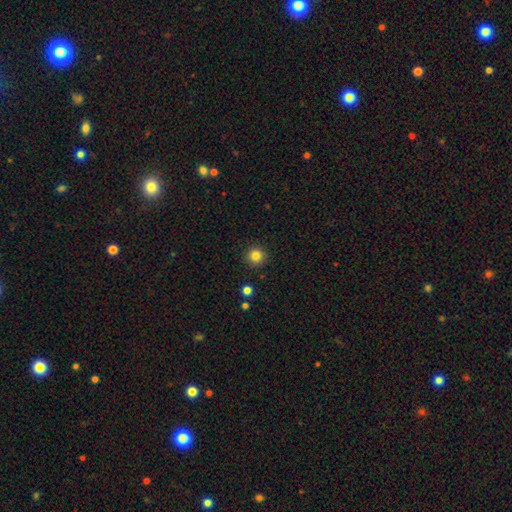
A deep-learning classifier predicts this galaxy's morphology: Smooth or featured? Predicted: smooth (p=0.83). How rounded? Predicted: round (p=0.95). Merging? Predicted: none (p=0.92).